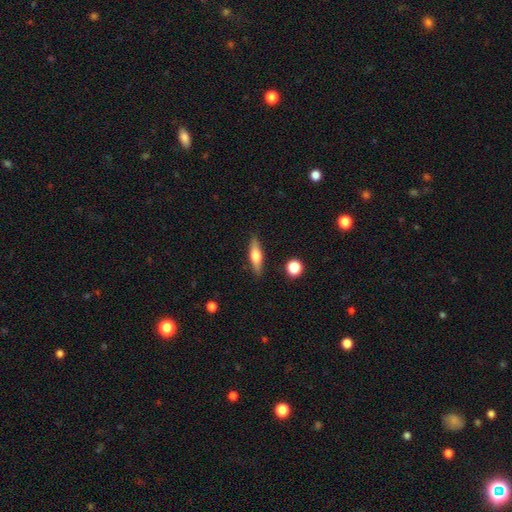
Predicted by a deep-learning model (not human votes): smooth-or-featured: smooth: 53% | featured or disk: 41% | star or artifact: 7%
  how-rounded: cigar-shaped: 60% | in between: 37% | round: 3%
  merging: none: 87% | minor disturbance: 9% | major disturbance: 2% | merger: 2%